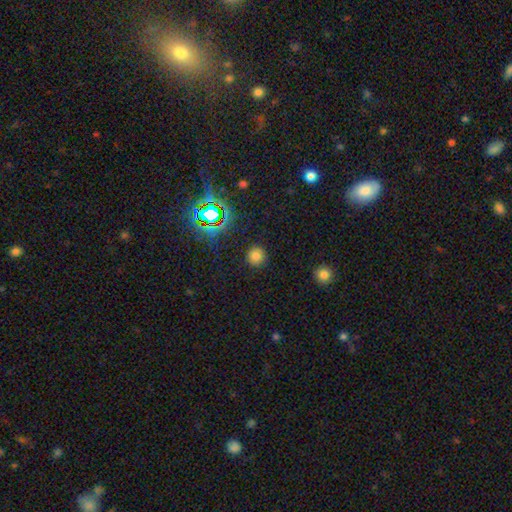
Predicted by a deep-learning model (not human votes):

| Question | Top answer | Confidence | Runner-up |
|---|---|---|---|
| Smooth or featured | smooth | 75% | star or artifact (19%) |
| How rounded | round | 92% | in between (7%) |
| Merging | none | 89% | minor disturbance (7%) |